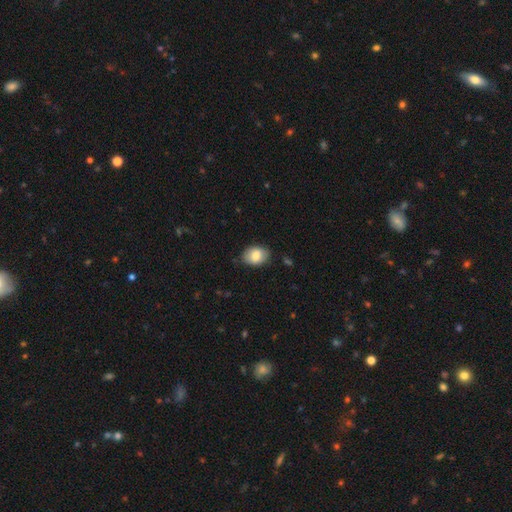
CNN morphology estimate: smooth_or_featured: smooth (p=0.82) [alt: featured or disk p=0.11]
how_rounded: in between (p=0.73) [alt: round p=0.26]
merging: none (p=0.80) [alt: minor disturbance p=0.16]